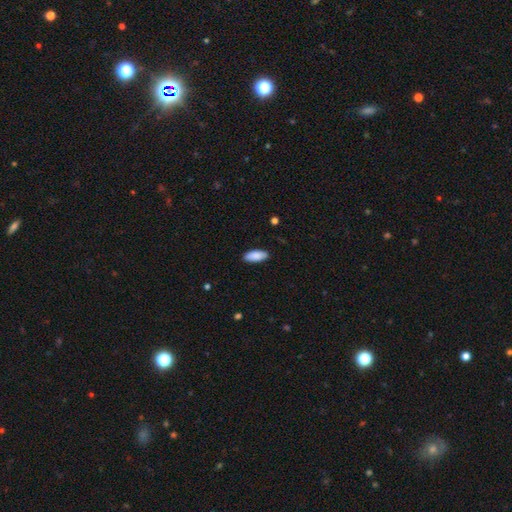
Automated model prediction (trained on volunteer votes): smooth-or-featured: smooth: 89% | star or artifact: 6% | featured or disk: 5%
  how-rounded: in between: 84% | cigar-shaped: 14% | round: 2%
  merging: none: 88% | minor disturbance: 9% | major disturbance: 2% | merger: 1%